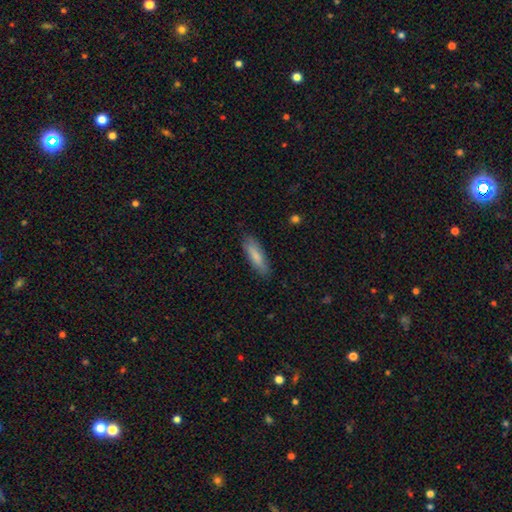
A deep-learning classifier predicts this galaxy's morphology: Overall: smooth (80%). How rounded: cigar-shaped (58%; in between 40%). Merging: none (83%).